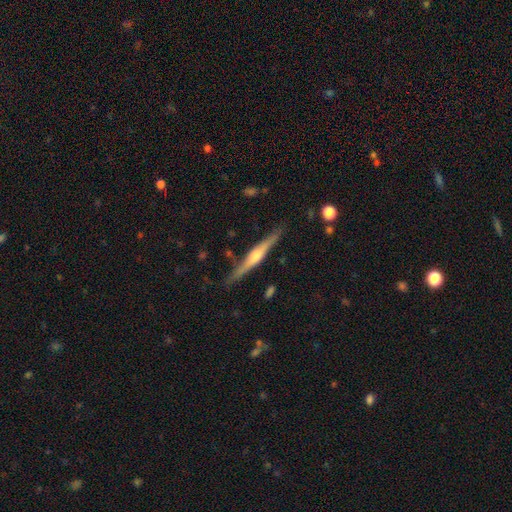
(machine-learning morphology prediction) smooth-or-featured: featured or disk: 77% | smooth: 17% | star or artifact: 6%
  disk-edge-on: yes: 98% | no: 2%
    edge-on-bulge: rounded: 87% | boxy: 7% | none: 6%
  merging: none: 86% | minor disturbance: 10% | merger: 2% | major disturbance: 2%